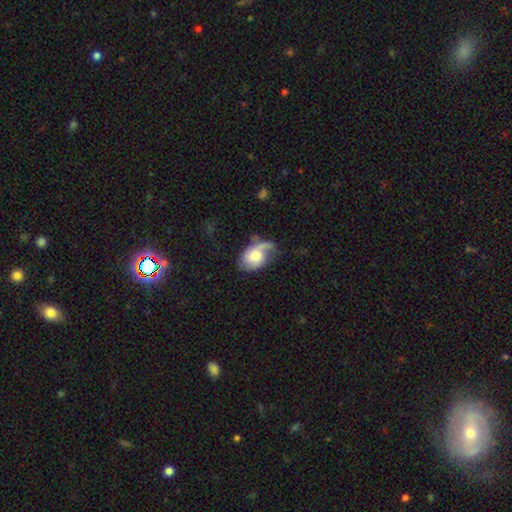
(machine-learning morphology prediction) Smooth or featured? featured or disk (59%)
Edge-on disk? no (96%)
Bar? no (65%)
Spiral arms? yes (86%)
Bulge size? moderate (56%)
Merging? none (39%)